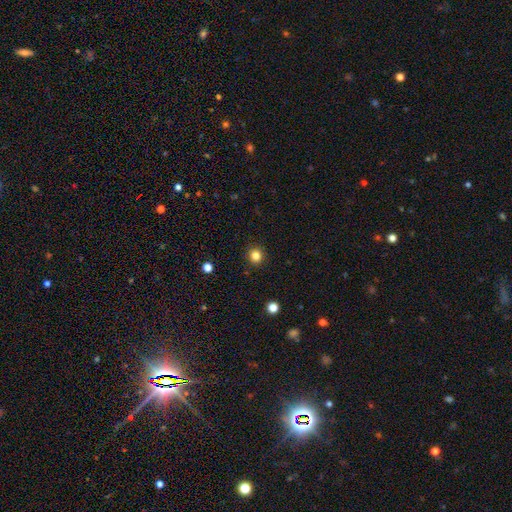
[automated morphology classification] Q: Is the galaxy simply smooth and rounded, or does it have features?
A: smooth — 83%.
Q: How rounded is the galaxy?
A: round — 91%.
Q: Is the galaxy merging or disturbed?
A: none — 92%.